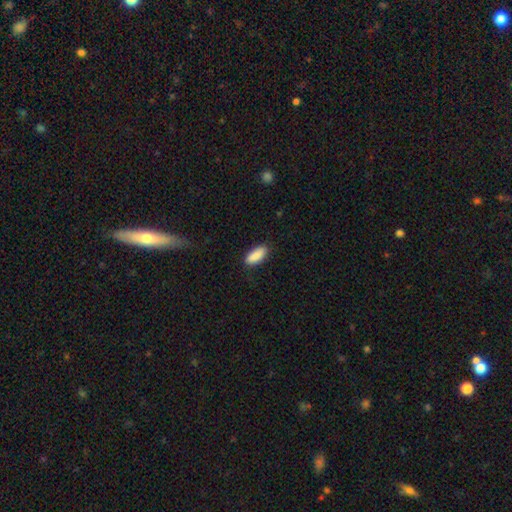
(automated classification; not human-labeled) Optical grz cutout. It shows a smooth galaxy with no disk features (89%) that is in between round and cigar-shaped (80%). Merging: none (84%).